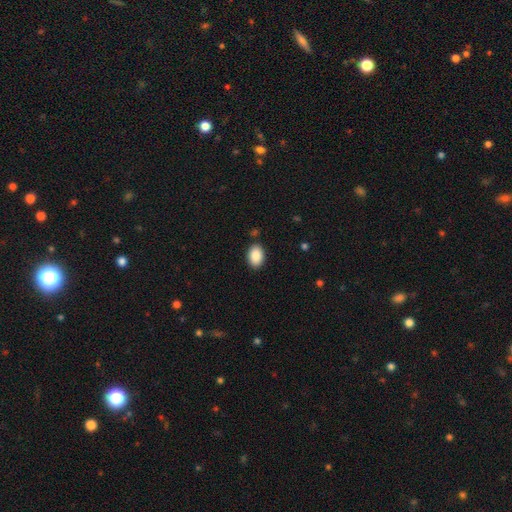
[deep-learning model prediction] Overall: smooth (90%). How rounded: in between (86%). Merging: none (87%).